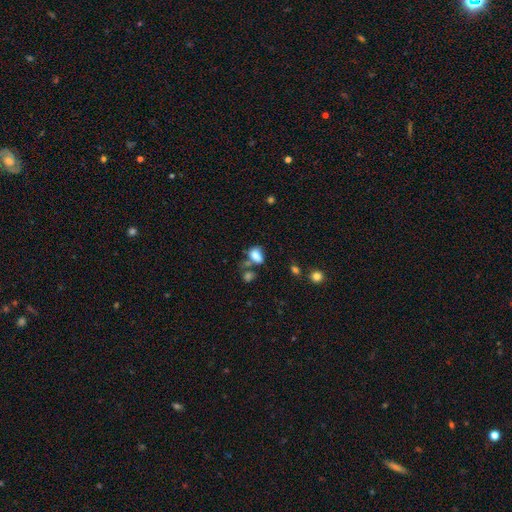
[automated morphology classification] Smooth or featured? Predicted: smooth (p=0.79). How rounded? Predicted: in between (p=0.79). Merging? Predicted: none (p=0.40).